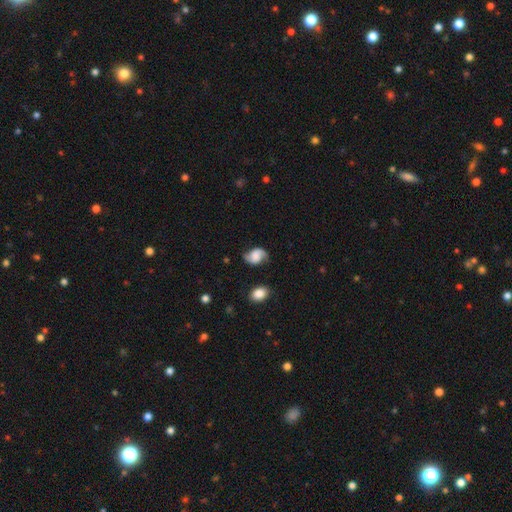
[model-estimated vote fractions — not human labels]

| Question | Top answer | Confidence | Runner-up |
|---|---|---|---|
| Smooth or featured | featured or disk | 62% | smooth (29%) |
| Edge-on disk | no | 97% | yes (3%) |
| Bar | no | 55% | weak (35%) |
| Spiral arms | yes | 93% | no (7%) |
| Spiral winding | loose | 49% | medium (37%) |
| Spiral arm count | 2 | 91% | can't tell (3%) |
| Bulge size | none | 38% | large (20%) |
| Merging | none | 72% | minor disturbance (20%) |